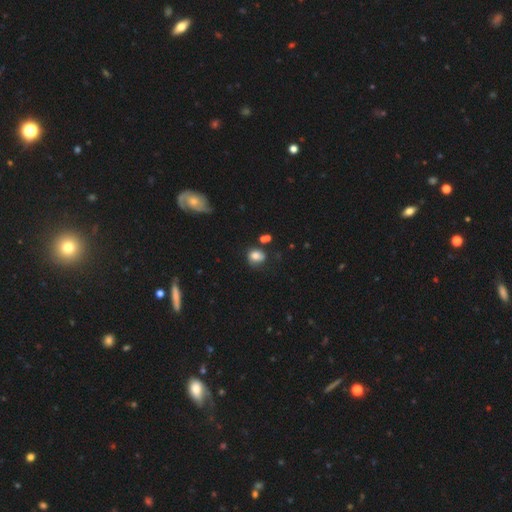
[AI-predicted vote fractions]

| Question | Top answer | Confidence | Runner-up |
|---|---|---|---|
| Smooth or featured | smooth | 77% | featured or disk (13%) |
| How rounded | round | 62% | in between (37%) |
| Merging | none | 57% | minor disturbance (26%) |